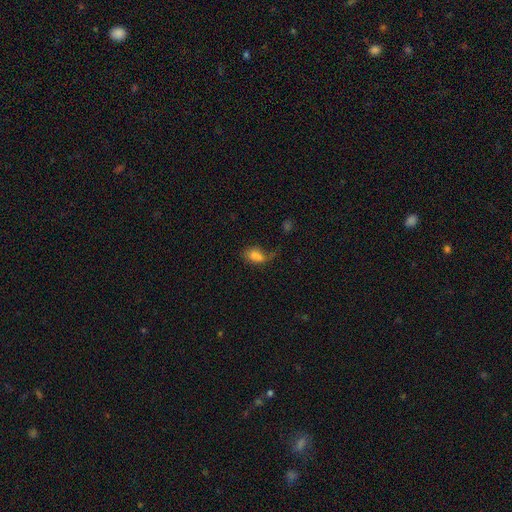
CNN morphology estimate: This is likely a smooth galaxy (76%). How rounded: clearly in between (85%). Merging: marginally none (33%).